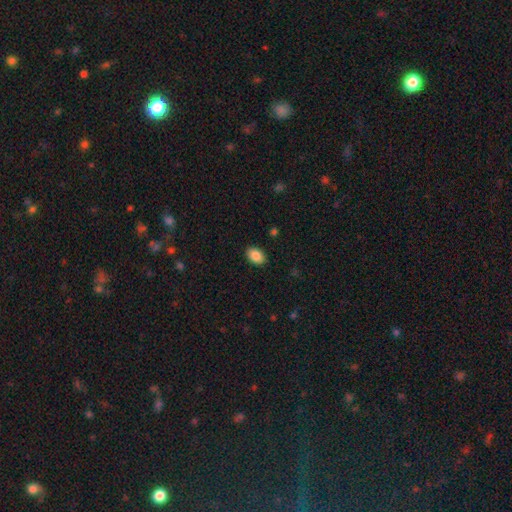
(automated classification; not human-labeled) Q: Smooth or featured?
A: smooth (88%); runner-up: star or artifact (8%)
Q: How rounded?
A: in between (86%); runner-up: round (13%)
Q: Merging?
A: none (89%); runner-up: minor disturbance (8%)